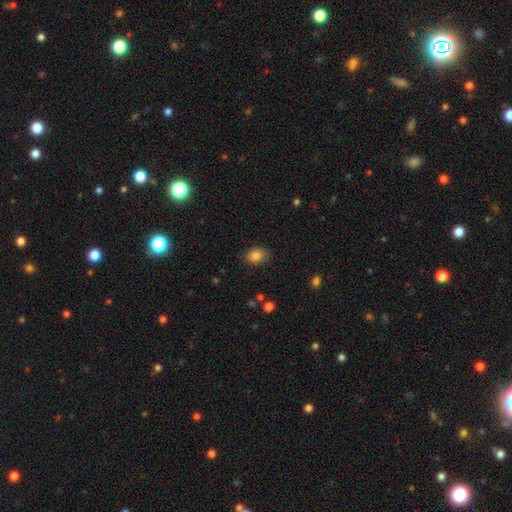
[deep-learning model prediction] Smooth or featured: smooth — 84% (star or artifact — 10%)
How rounded: in between — 61% (round — 38%)
Merging: none — 81% (minor disturbance — 14%)